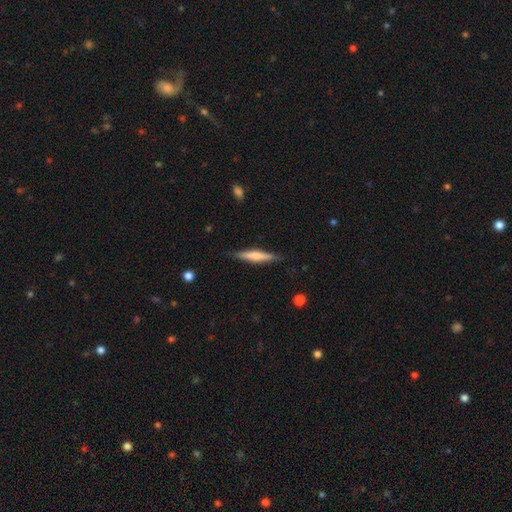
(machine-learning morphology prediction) type=smooth (53%); roundness=cigar-shaped (91%); merging=none (87%).